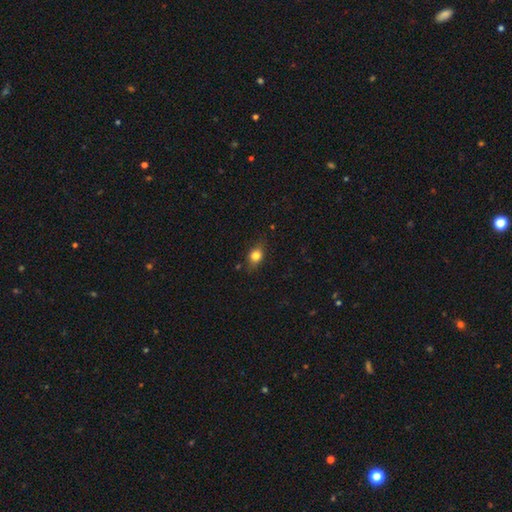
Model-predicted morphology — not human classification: A smooth galaxy with no disk features (77%) that is in between round and cigar-shaped (60%). Merging: none (76%).